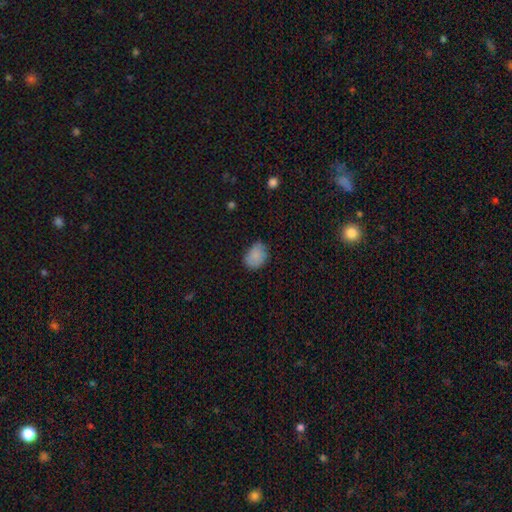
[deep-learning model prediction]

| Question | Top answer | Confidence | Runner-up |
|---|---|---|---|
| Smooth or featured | smooth | 84% | star or artifact (9%) |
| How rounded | in between | 68% | round (31%) |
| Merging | none | 70% | minor disturbance (24%) |